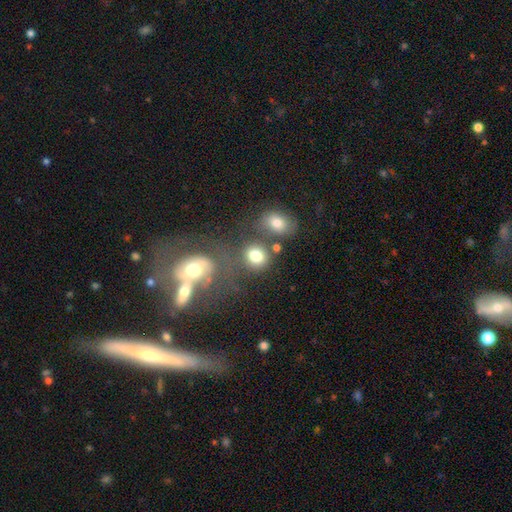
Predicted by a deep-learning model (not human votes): Smooth or featured?
  - smooth: 77% *
  - star or artifact: 12%
  - featured or disk: 11%
How rounded?
  - round: 68% *
  - in between: 31%
  - cigar-shaped: 1%
Merging?
  - none: 54% *
  - merger: 25%
  - minor disturbance: 13%
  - major disturbance: 9%